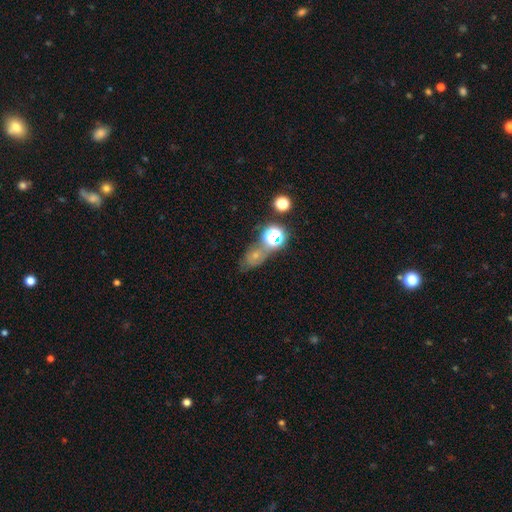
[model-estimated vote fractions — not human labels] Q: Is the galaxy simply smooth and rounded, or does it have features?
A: smooth — 43%.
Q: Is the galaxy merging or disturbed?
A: none — 51%.